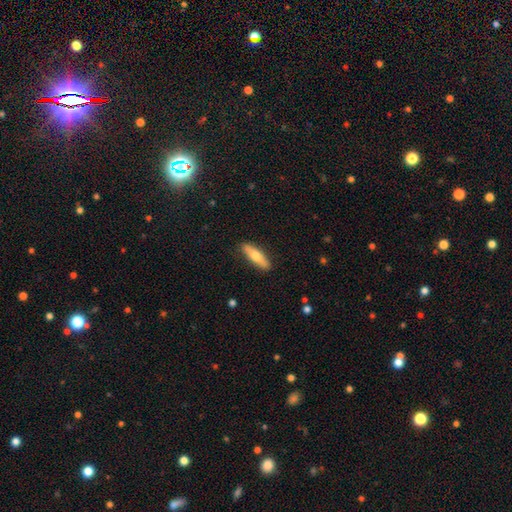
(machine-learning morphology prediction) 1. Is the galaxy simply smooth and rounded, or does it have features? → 63% smooth, 32% featured or disk, 6% star or artifact.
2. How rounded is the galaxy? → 64% cigar-shaped, 34% in between, 2% round.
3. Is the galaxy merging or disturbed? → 87% none, 10% minor disturbance, 2% major disturbance, 1% merger.